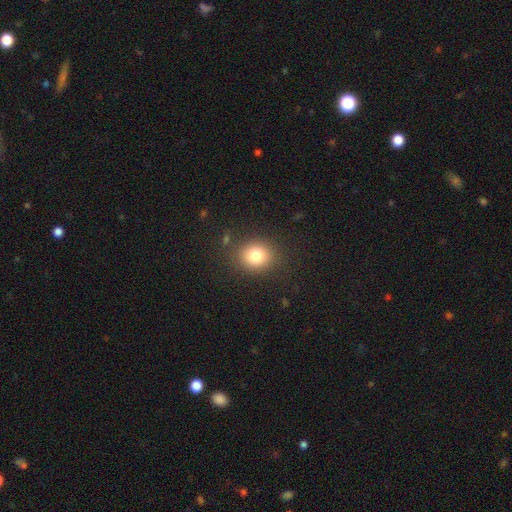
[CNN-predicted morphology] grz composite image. It shows a smooth galaxy with no disk features (79%) that is round (75%). Merging: none (86%).